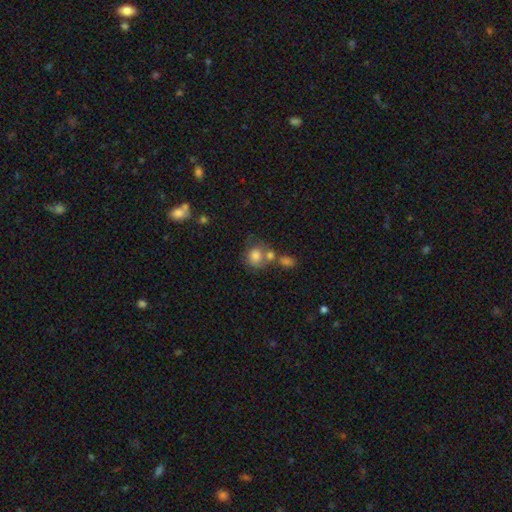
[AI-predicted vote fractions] Q: Smooth or featured?
A: smooth (79%); runner-up: featured or disk (12%)
Q: How rounded?
A: round (72%); runner-up: in between (27%)
Q: Merging?
A: none (38%); tied with: merger (38%)